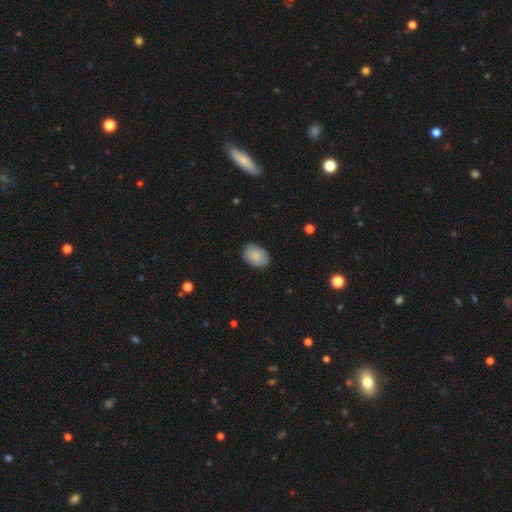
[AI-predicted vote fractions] This appears to be a smooth galaxy with no disk features (83%) that is in between round and cigar-shaped (75%). Merging: none (80%).